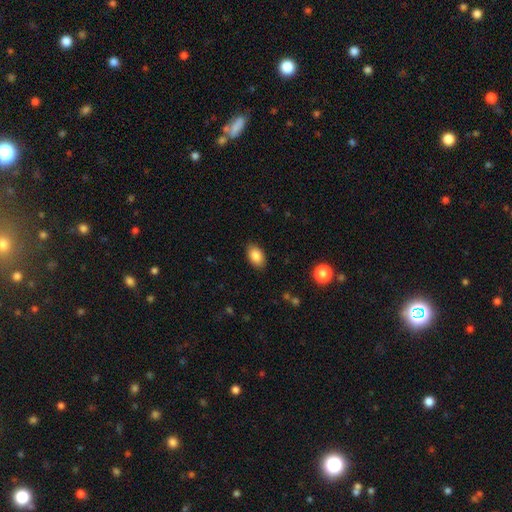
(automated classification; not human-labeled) The model was most divided on "merging": none: 87%, minor disturbance: 10%, major disturbance: 2%, merger: 1%. More confident: how rounded — in between (90%); smooth or featured — smooth (86%).